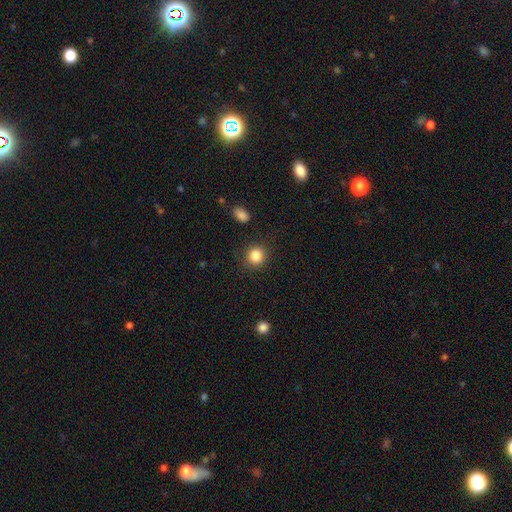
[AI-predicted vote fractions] Morphology: type=smooth (85%); roundness=round (86%); merging=none (88%).